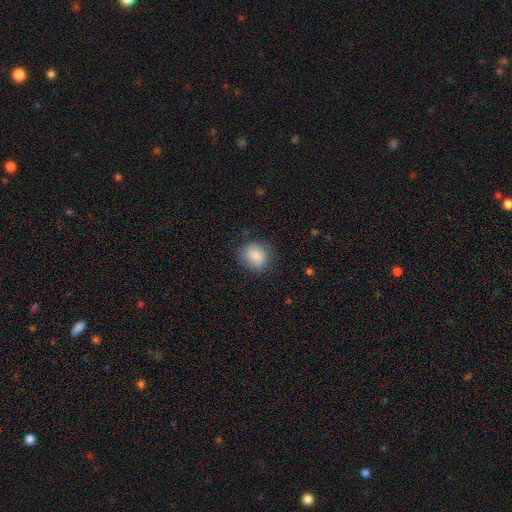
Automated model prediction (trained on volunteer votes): Smooth or featured: smooth — 83% (featured or disk — 9%)
How rounded: round — 72% (in between — 27%)
Merging: none — 77% (minor disturbance — 16%)